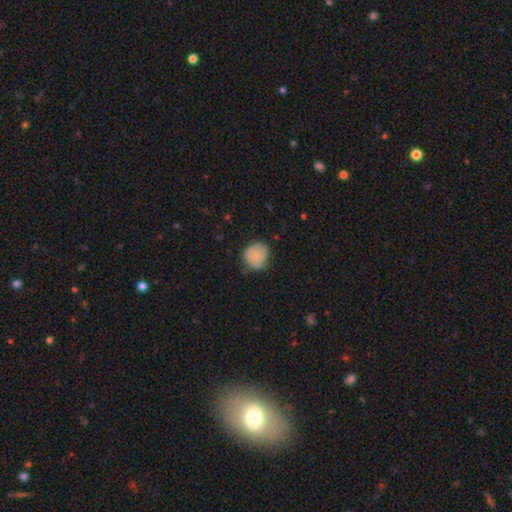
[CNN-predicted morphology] This appears to be a smooth galaxy with no disk features (67%) that is round (78%). Merging: none (56%).